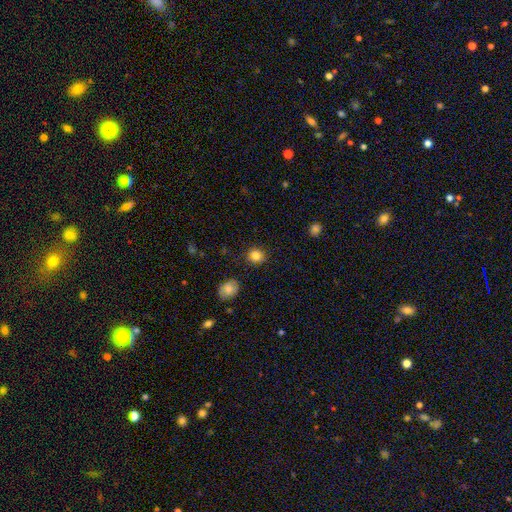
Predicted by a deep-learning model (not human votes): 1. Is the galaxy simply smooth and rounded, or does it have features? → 84% smooth, 11% star or artifact, 5% featured or disk.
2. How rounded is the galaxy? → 84% round, 15% in between, 1% cigar-shaped.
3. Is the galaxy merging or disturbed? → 88% none, 8% minor disturbance, 2% major disturbance, 2% merger.